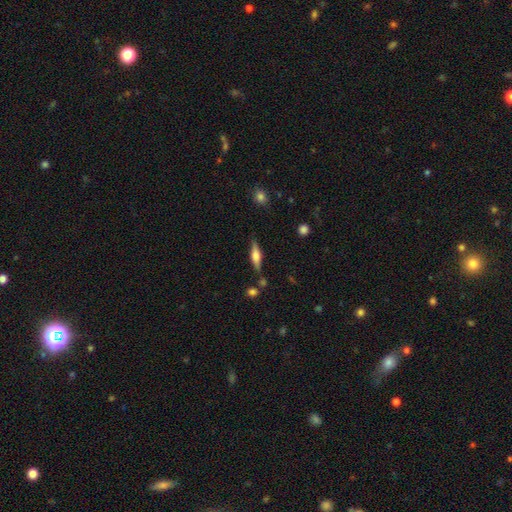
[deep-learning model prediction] smooth_or_featured: featured or disk (p=0.54) [alt: smooth p=0.39]
disk_edge_on: yes (p=0.95) [alt: no p=0.05]
edge_on_bulge: rounded (p=0.79) [alt: boxy p=0.18]
merging: none (p=0.80) [alt: minor disturbance p=0.13]